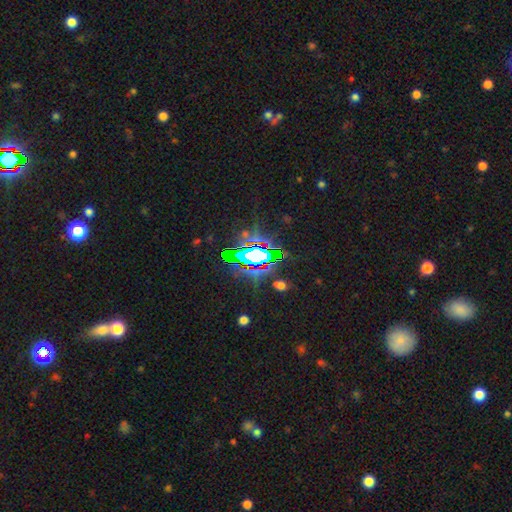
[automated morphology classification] This is likely a star or artifact rather than a galaxy (69%).